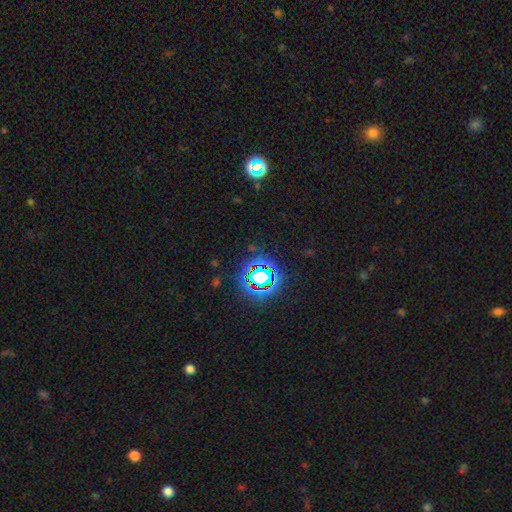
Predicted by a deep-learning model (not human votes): Morphology: type=star or artifact (78%).